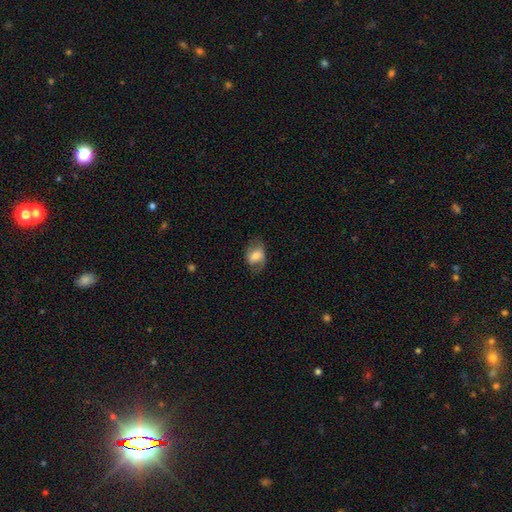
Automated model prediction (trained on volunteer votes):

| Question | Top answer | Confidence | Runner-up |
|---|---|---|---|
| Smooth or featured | smooth | 58% | featured or disk (34%) |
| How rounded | in between | 78% | round (20%) |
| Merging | none | 60% | minor disturbance (24%) |